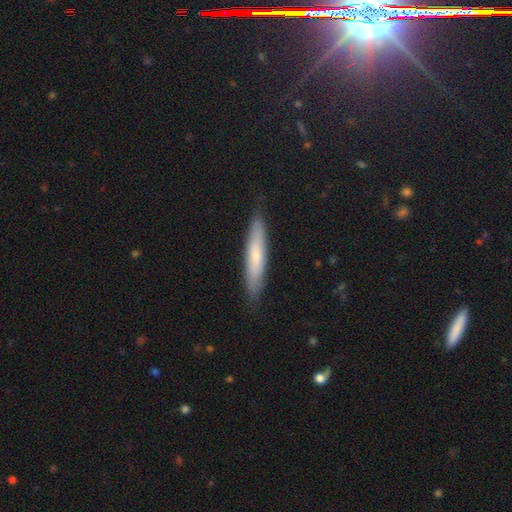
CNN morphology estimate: Smooth or featured? smooth (63%)
How rounded? cigar-shaped (89%)
Merging? none (86%)